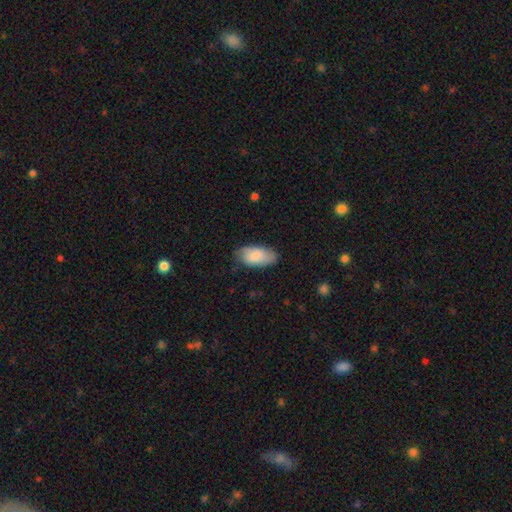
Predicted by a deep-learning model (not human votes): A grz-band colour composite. It shows a smooth galaxy with no disk features (82%) that is in between round and cigar-shaped (93%). Merging: none (74%).